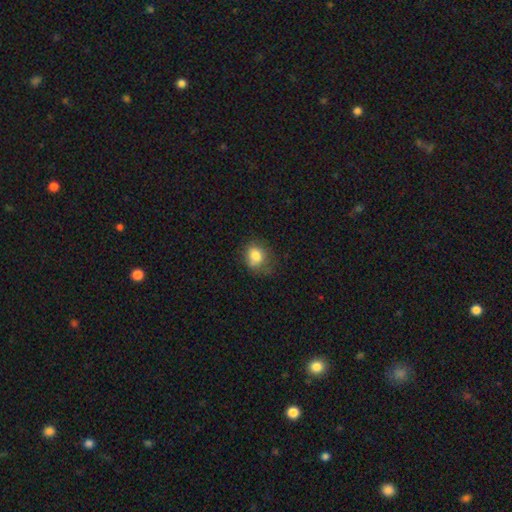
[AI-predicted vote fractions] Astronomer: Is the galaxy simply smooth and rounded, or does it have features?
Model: smooth — 80%.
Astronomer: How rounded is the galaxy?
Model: round — 58% (runner-up: in between, 41%).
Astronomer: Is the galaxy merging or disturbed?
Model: none — 58%.